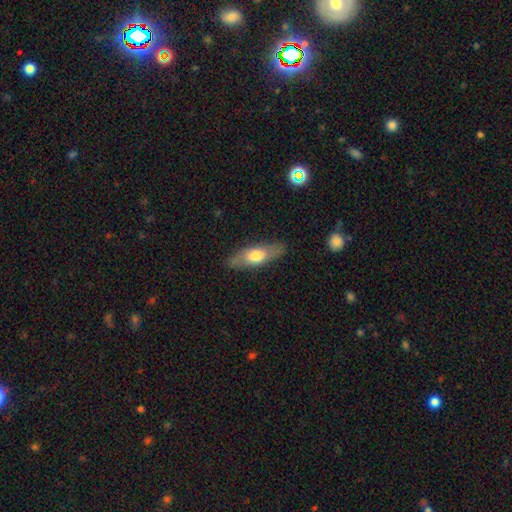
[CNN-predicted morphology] Smooth or featured: smooth — 61% (featured or disk — 34%)
How rounded: in between — 55% (cigar-shaped — 42%)
Merging: none — 84% (minor disturbance — 12%)